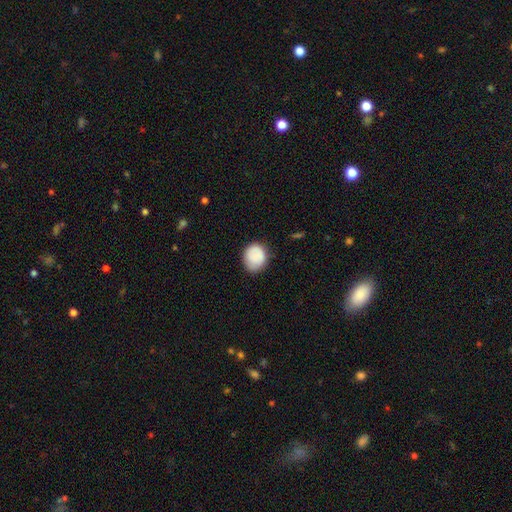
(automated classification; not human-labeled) A smooth galaxy with no disk features (85%) that is round (75%).

Vote fractions:
- Smooth or featured? smooth: 85% / featured or disk: 8% / star or artifact: 7%
- How rounded? round: 75% / in between: 24% / cigar-shaped: 1%
- Merging? none: 75% / minor disturbance: 19% / major disturbance: 4% / merger: 1%